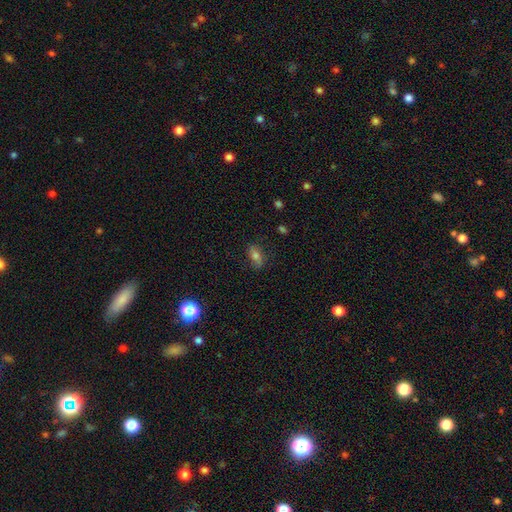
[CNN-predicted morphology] The model was most divided on "smooth or featured": smooth: 68%, featured or disk: 20%, star or artifact: 12%. More confident: how rounded — in between (81%); merging — none (77%).